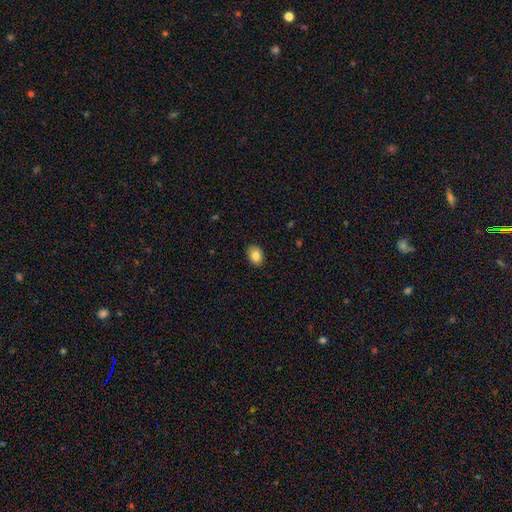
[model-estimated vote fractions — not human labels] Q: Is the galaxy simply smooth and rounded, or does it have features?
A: smooth — 84%.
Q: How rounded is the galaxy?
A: in between — 74%.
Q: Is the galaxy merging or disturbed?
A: none — 88%.